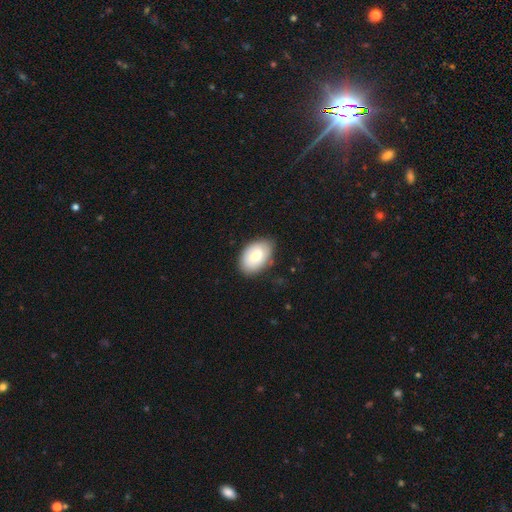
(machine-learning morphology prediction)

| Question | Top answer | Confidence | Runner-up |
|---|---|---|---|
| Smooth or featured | smooth | 69% | featured or disk (25%) |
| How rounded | in between | 89% | round (10%) |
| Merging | none | 79% | minor disturbance (16%) |